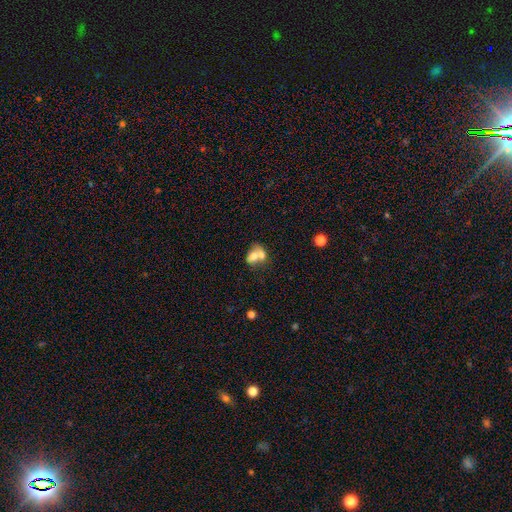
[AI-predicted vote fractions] smooth_or_featured: smooth (p=0.65) [alt: featured or disk p=0.26]
how_rounded: in between (p=0.63) [alt: round p=0.36]
merging: merger (p=0.72) [alt: none p=0.16]